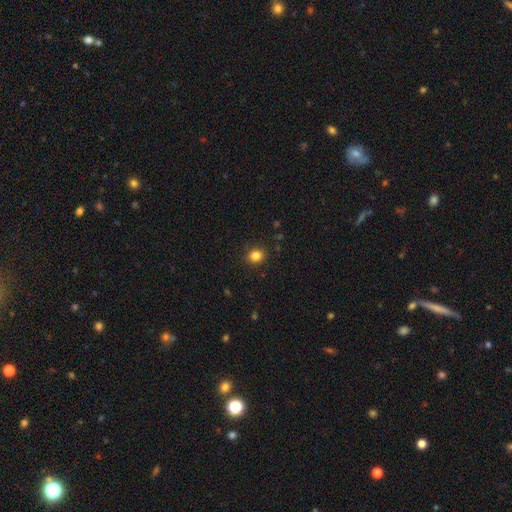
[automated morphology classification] type=smooth (84%); roundness=round (72%); merging=none (90%).